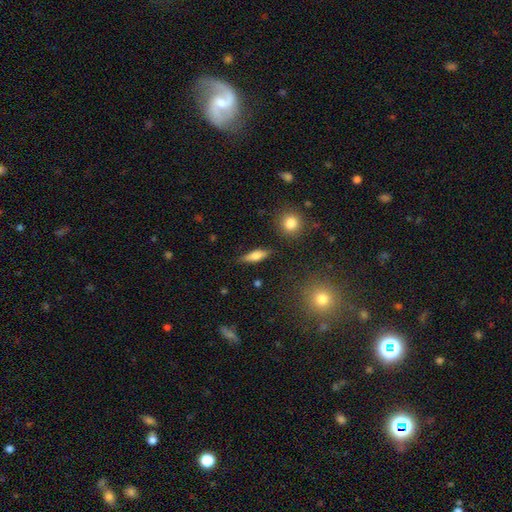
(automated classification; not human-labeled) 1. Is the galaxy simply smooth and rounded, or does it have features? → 62% smooth, 29% featured or disk, 8% star or artifact.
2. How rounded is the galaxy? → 52% cigar-shaped, 44% in between, 4% round.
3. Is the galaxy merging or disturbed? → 84% none, 11% minor disturbance, 3% major disturbance, 2% merger.